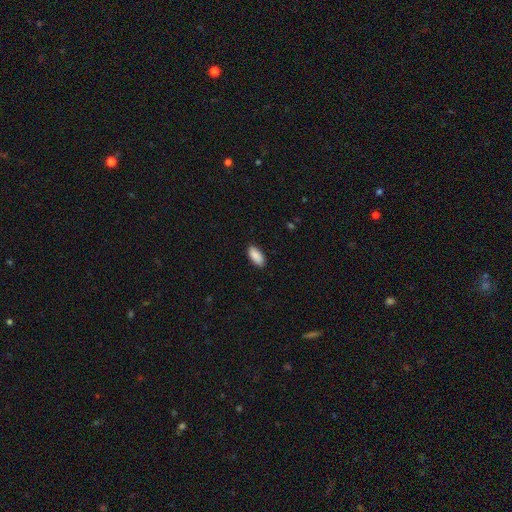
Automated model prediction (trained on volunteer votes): Smooth or featured? smooth (90%)
How rounded? in between (89%)
Merging? none (88%)